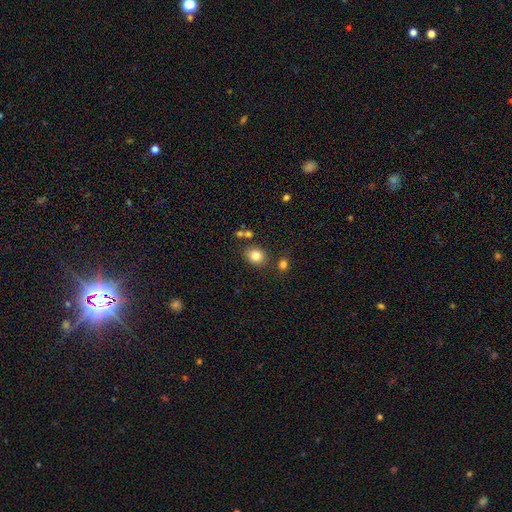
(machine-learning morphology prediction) The model was most divided on "how rounded": round: 60%, in between: 39%, cigar-shaped: 1%. More confident: smooth or featured — smooth (82%); merging — none (77%).